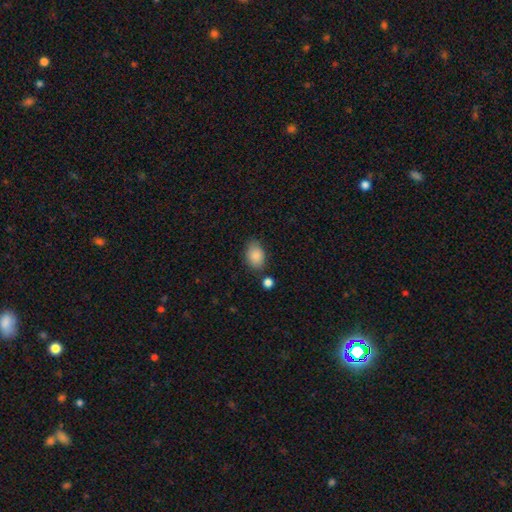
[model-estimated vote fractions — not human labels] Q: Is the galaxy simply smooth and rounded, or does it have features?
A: smooth — 88%.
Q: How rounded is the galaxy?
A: in between — 84%.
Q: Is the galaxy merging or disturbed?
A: none — 74%.